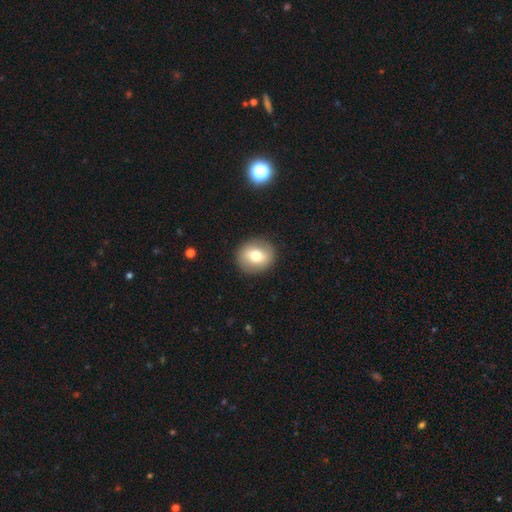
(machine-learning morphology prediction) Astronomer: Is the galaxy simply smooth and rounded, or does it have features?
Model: smooth — 71%.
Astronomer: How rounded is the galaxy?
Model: round — 82%.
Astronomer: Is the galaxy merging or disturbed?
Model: none — 90%.